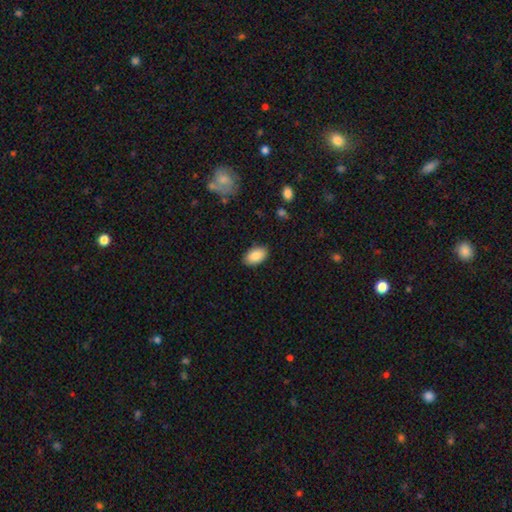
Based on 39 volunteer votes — Q: Smooth or featured?
A: smooth (82%); runner-up: featured or disk (10%)
Q: How rounded?
A: in between (94%); runner-up: round (3%)
Q: Merging?
A: none (86%); runner-up: major disturbance (8%)